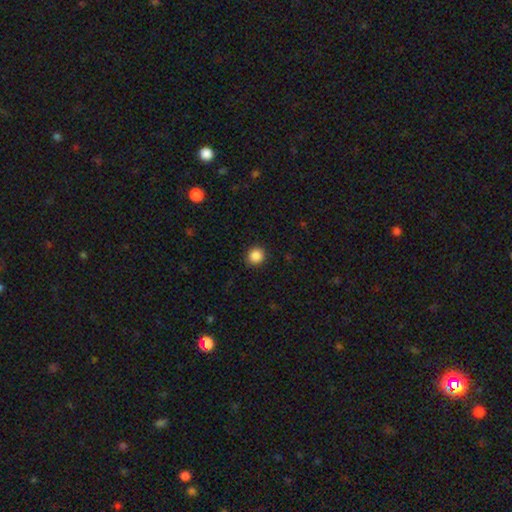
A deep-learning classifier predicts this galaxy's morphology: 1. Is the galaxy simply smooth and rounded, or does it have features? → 88% smooth, 10% star or artifact, 2% featured or disk.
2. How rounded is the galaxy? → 90% round, 9% in between, 1% cigar-shaped.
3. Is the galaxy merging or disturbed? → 90% none, 7% minor disturbance, 2% major disturbance, 1% merger.